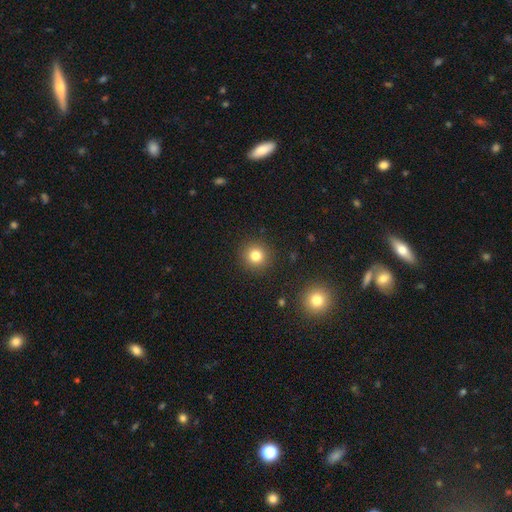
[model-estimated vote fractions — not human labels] Smooth or featured? Predicted: smooth (p=0.80). How rounded? Predicted: round (p=0.93). Merging? Predicted: none (p=0.91).